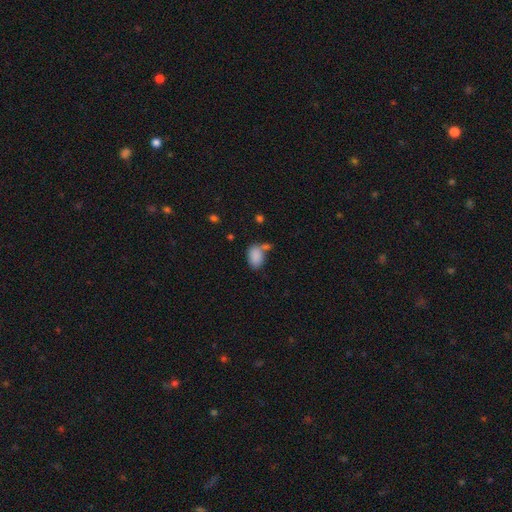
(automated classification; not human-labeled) smooth 87%, star or artifact 8%, featured or disk 5%. Down the decision tree: how rounded — in between (89%); merging — none (53%).